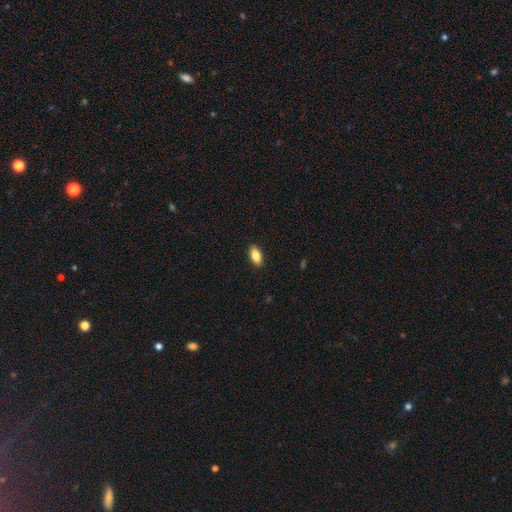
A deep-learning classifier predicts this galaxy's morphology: A smooth galaxy with no disk features (84%) that is in between round and cigar-shaped (91%). Merging: none (90%).